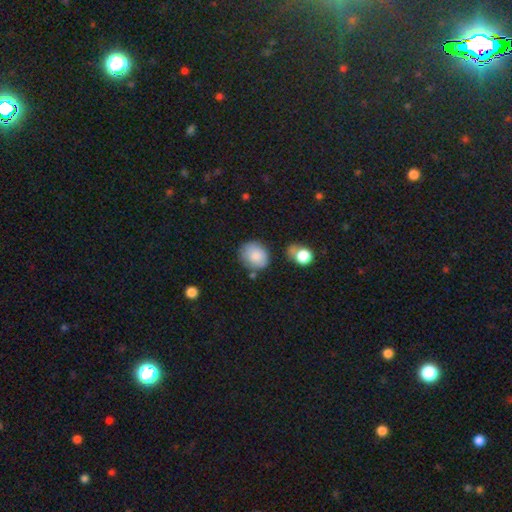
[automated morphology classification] A smooth galaxy with no disk features (84%) that is round (64%).

Vote fractions:
- Smooth or featured? smooth: 84% / featured or disk: 8% / star or artifact: 8%
- How rounded? round: 64% / in between: 35% / cigar-shaped: 1%
- Merging? none: 68% / minor disturbance: 20% / merger: 7% / major disturbance: 5%